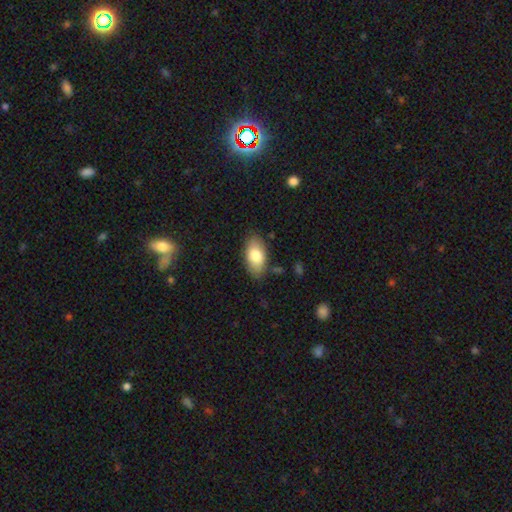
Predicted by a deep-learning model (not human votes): Overall: smooth (79%). How rounded: in between (93%). Merging: none (81%).